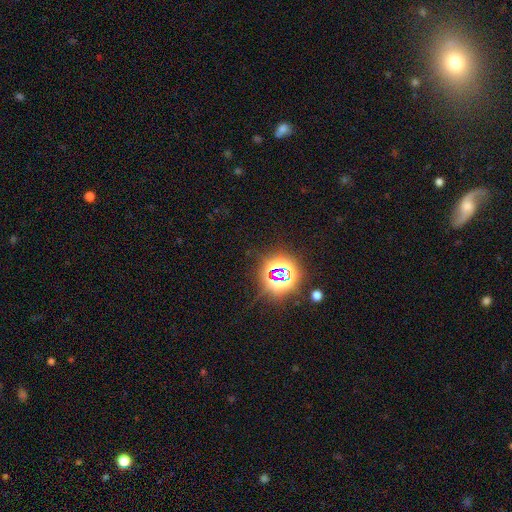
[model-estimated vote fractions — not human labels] This appears to be a star or artifact, not a galaxy (75%).